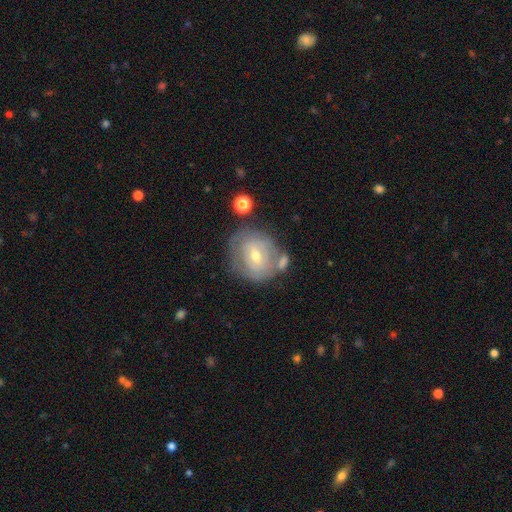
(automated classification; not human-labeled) Q: Smooth or featured?
A: featured or disk (63%); runner-up: smooth (29%)
Q: Edge-on disk?
A: no (96%); runner-up: yes (4%)
Q: Bar?
A: no (44%); tied with: weak (44%)
Q: Spiral arms?
A: yes (65%); runner-up: no (35%)
Q: Bulge size?
A: moderate (57%); runner-up: small (39%)
Q: Merging?
A: none (59%); runner-up: minor disturbance (20%)